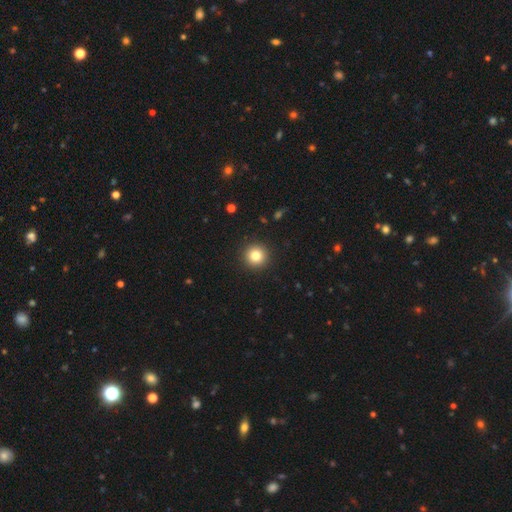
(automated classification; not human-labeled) smooth_or_featured: smooth (p=0.81) [alt: star or artifact p=0.11]
how_rounded: round (p=0.96) [alt: in between p=0.03]
merging: none (p=0.92) [alt: minor disturbance p=0.05]